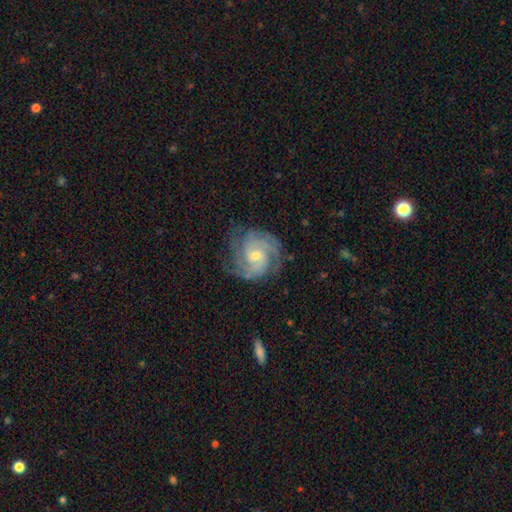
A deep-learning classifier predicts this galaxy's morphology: A featured or disk galaxy (89%) with no bar (61%), 3 (35%) tight (60%) spiral arms (98%) and a small central bulge (56%).

Vote fractions:
- Smooth or featured? featured or disk: 89% / smooth: 5% / star or artifact: 5%
- Edge-on disk? no: 98% / yes: 2%
- Bar? no: 61% / weak: 32% / strong: 7%
- Spiral arms? yes: 98% / no: 2%
- Spiral winding? tight: 60% / medium: 34% / loose: 6%
- Spiral arm count? 3: 35% / 2: 25% / can't tell: 16% / 4: 13% / more than 4: 6% / 1: 6%
- Bulge size? small: 56% / moderate: 41% / large: 2% / none: 1% / dominant: 1%
- Merging? none: 76% / minor disturbance: 16% / major disturbance: 6% / merger: 1%